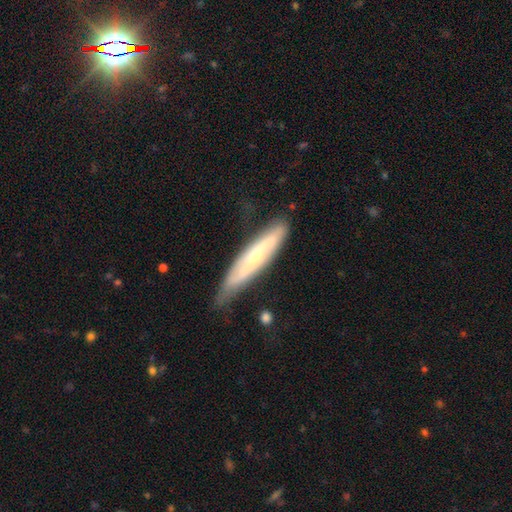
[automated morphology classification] smooth-or-featured: featured or disk: 59% | smooth: 35% | star or artifact: 6%
  disk-edge-on: yes: 57% | no: 43%
  merging: none: 68% | minor disturbance: 25% | major disturbance: 5% | merger: 2%